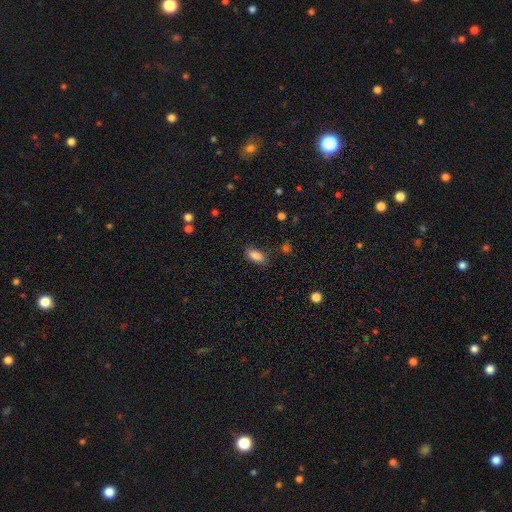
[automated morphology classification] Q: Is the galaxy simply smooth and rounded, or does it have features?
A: smooth — 86%.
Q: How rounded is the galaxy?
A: in between — 86%.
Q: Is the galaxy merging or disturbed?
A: none — 81%.